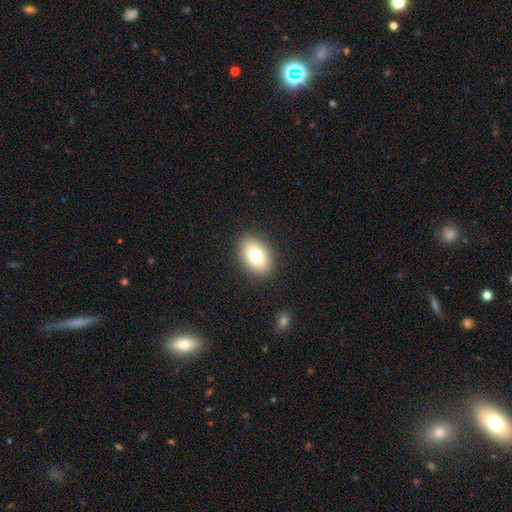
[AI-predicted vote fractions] smooth 76%, featured or disk 15%, star or artifact 9%. Down the decision tree: how rounded — in between (84%); merging — none (88%).